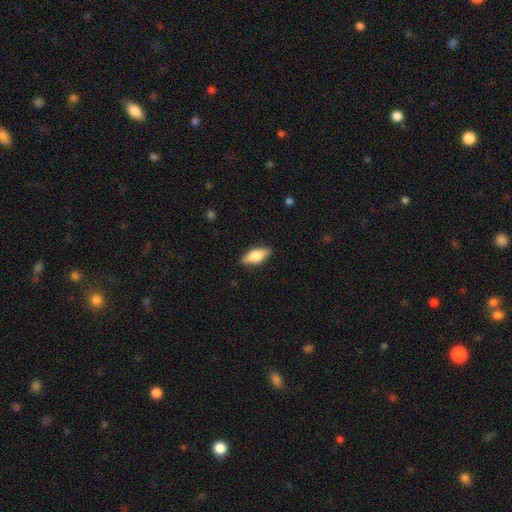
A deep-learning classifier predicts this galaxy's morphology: smooth_or_featured: smooth (p=0.64) [alt: featured or disk p=0.29]
how_rounded: in between (p=0.78) [alt: cigar-shaped p=0.19]
merging: none (p=0.87) [alt: minor disturbance p=0.10]